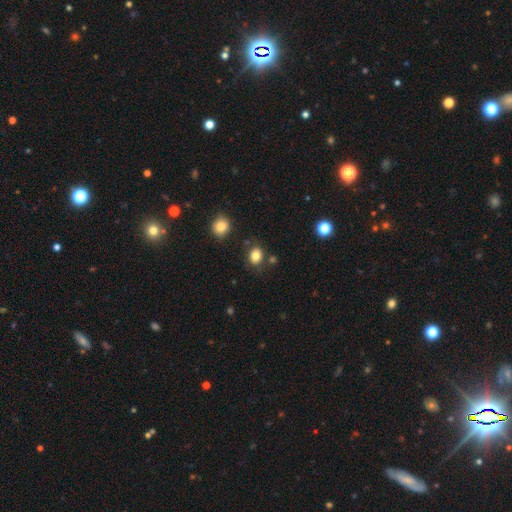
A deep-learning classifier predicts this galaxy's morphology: smooth 82%, star or artifact 11%, featured or disk 7%. Down the decision tree: how rounded — round (50%); merging — none (78%).